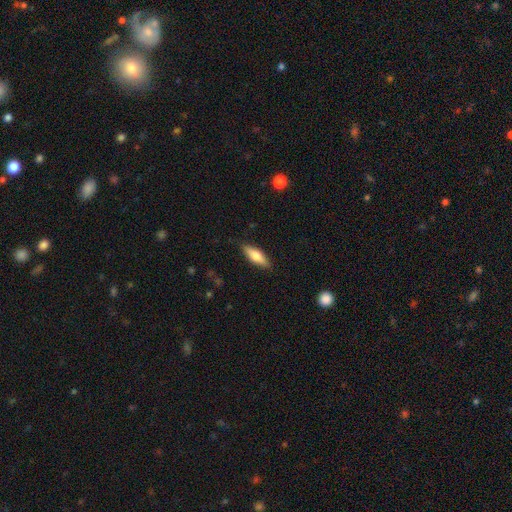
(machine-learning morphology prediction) Q: Smooth or featured?
A: smooth (65%); runner-up: featured or disk (28%)
Q: How rounded?
A: in between (56%); runner-up: cigar-shaped (41%)
Q: Merging?
A: none (86%); runner-up: minor disturbance (10%)